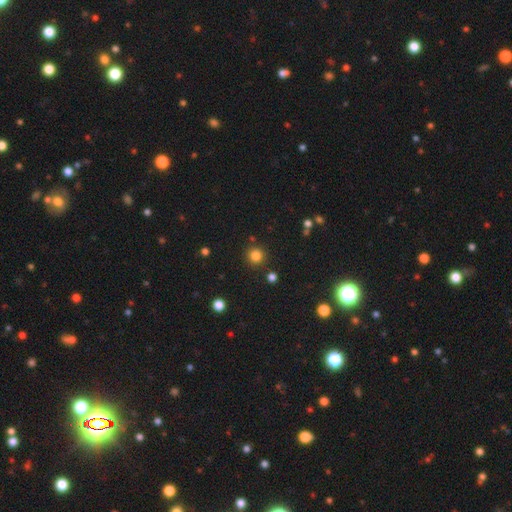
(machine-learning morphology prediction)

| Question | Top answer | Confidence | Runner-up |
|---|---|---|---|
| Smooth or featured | smooth | 82% | star or artifact (14%) |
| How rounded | round | 94% | in between (5%) |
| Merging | none | 88% | minor disturbance (6%) |